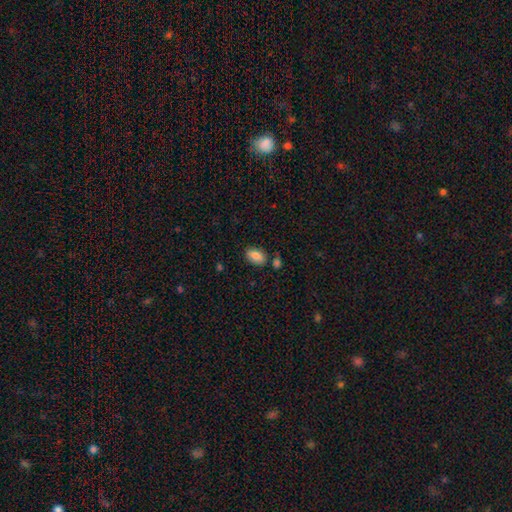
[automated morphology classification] Smooth or featured? Predicted: smooth (p=0.84). How rounded? Predicted: in between (p=0.92). Merging? Predicted: none (p=0.75).